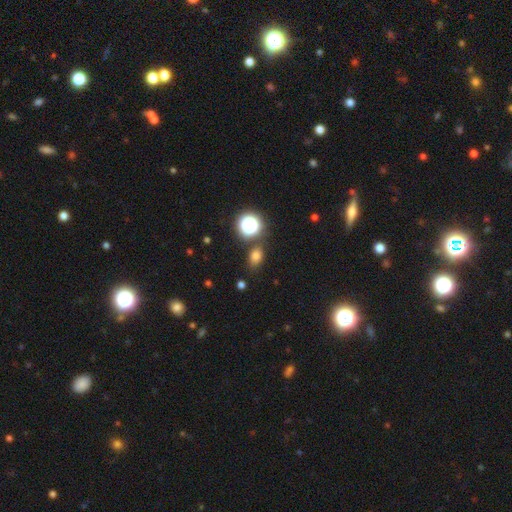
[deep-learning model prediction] Smooth or featured? smooth (73%)
How rounded? in between (62%)
Merging? none (79%)